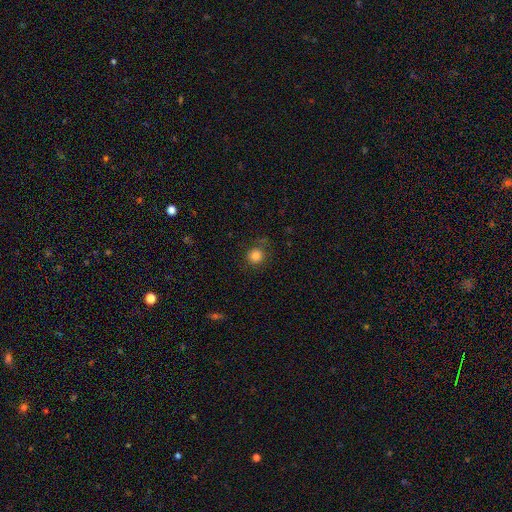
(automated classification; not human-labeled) A smooth galaxy with no disk features (83%) that is round (91%).

Vote fractions:
- Smooth or featured? smooth: 83% / star or artifact: 11% / featured or disk: 5%
- How rounded? round: 91% / in between: 8% / cigar-shaped: 1%
- Merging? none: 80% / minor disturbance: 13% / major disturbance: 5% / merger: 2%